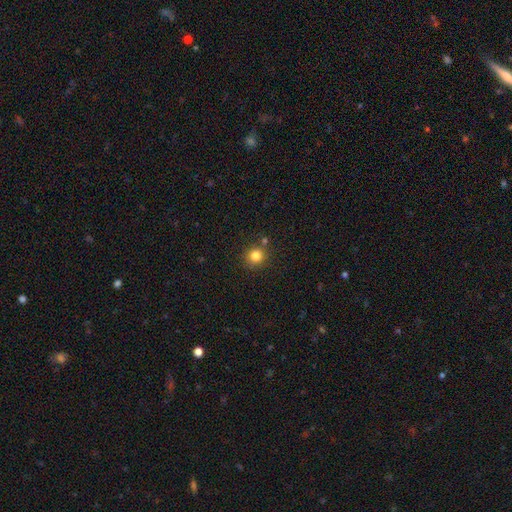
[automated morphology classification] Overall: smooth (81%). How rounded: round (88%). Merging: none (80%).